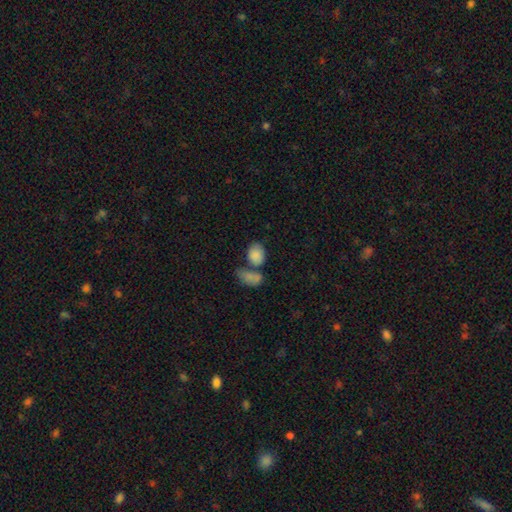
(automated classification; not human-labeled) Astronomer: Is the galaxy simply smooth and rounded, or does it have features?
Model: smooth — 85%.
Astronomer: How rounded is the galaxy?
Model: in between — 77%.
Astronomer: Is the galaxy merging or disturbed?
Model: merger — 43% (runner-up: none, 38%).